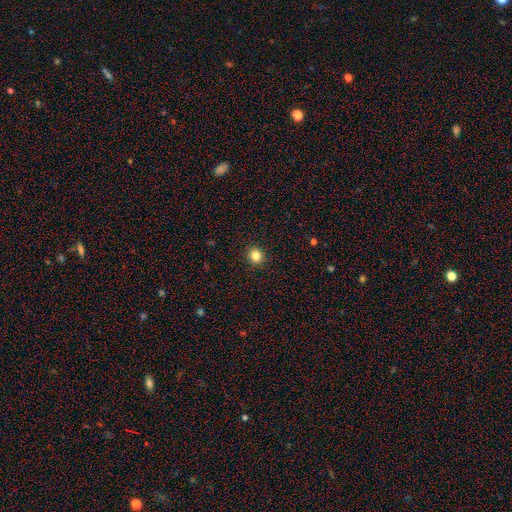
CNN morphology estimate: Smooth or featured: smooth — 83% (star or artifact — 12%)
How rounded: round — 86% (in between — 13%)
Merging: none — 92% (minor disturbance — 5%)